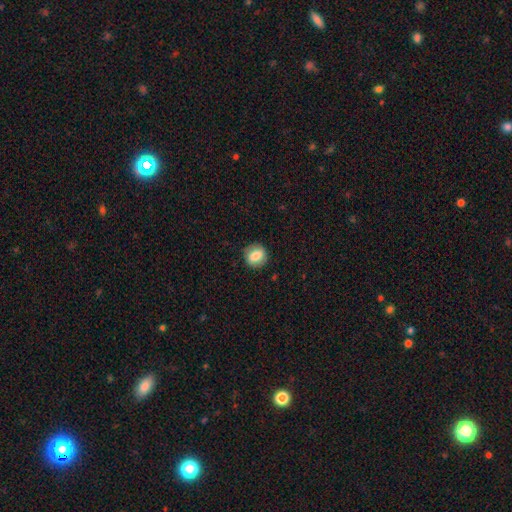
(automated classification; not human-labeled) Smooth or featured?
  - smooth: 80% *
  - featured or disk: 12%
  - star or artifact: 8%
How rounded?
  - round: 73% *
  - in between: 26%
  - cigar-shaped: 1%
Merging?
  - none: 85% *
  - minor disturbance: 11%
  - major disturbance: 3%
  - merger: 1%